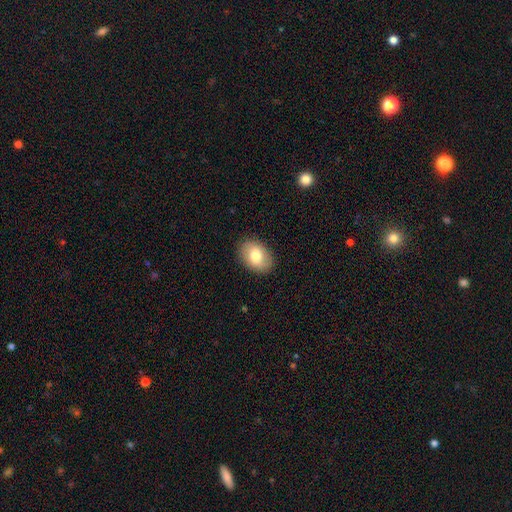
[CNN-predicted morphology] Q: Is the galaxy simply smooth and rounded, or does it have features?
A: smooth — 76%.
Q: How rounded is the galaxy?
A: in between — 79%.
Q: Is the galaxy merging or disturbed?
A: none — 88%.